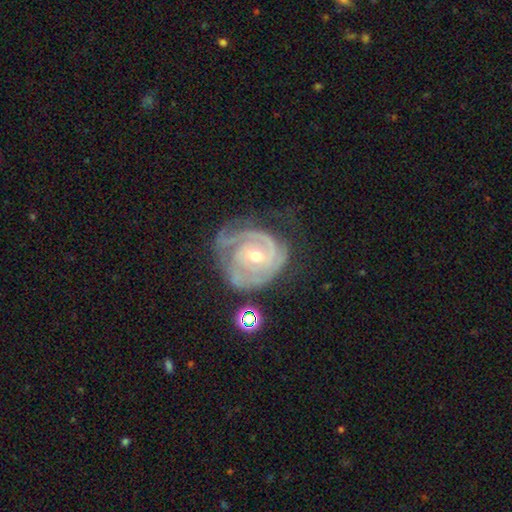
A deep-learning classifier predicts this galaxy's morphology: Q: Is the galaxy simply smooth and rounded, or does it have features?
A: featured or disk — 87%.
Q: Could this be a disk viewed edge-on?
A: no — 97%.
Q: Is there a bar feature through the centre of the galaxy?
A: no — 67%.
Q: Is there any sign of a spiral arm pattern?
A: yes — 95%.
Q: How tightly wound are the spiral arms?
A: tight — 75%.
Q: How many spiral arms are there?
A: can't tell — 31%.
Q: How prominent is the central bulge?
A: moderate — 51%.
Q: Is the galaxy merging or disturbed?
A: none — 52%.